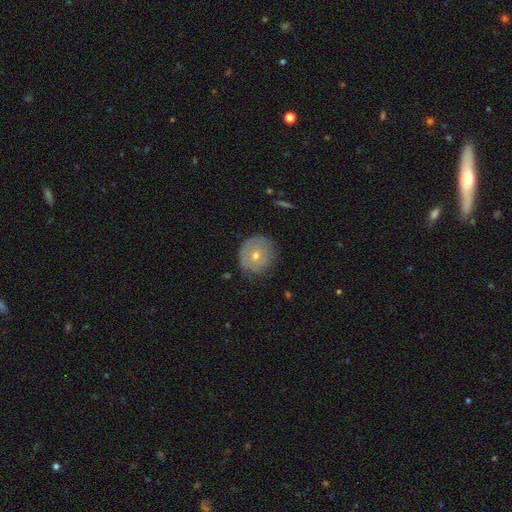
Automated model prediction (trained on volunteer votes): The model was most divided on "smooth or featured": smooth: 51%, featured or disk: 39%, star or artifact: 10%. More confident: how rounded — round (88%); merging — none (78%).